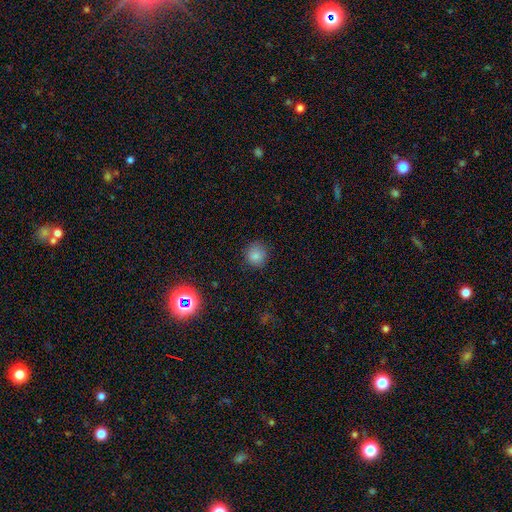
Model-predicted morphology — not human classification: Smooth or featured? smooth (81%)
How rounded? round (89%)
Merging? none (86%)